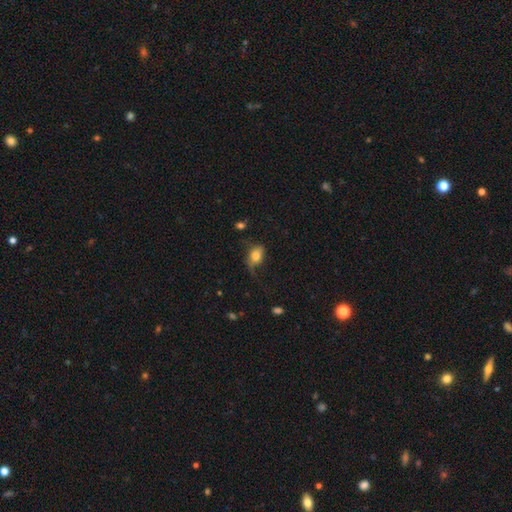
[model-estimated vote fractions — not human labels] This appears to be a smooth galaxy with no disk features (76%) that is in between round and cigar-shaped (74%). Merging: none (40%).